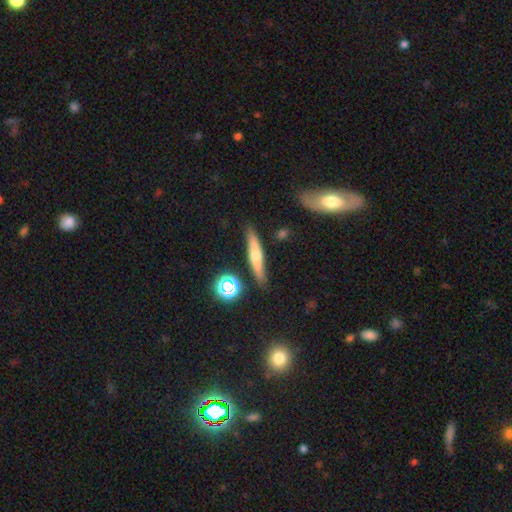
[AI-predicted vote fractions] featured or disk 46%, smooth 44%, star or artifact 10%. Down the decision tree: merging — none (84%).